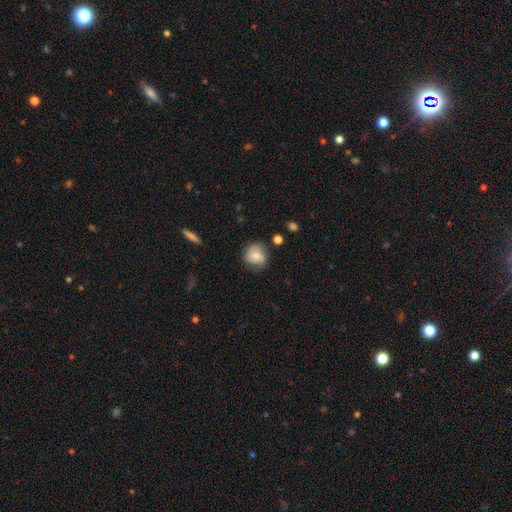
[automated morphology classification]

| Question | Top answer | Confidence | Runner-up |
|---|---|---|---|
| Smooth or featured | smooth | 62% | featured or disk (29%) |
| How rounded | round | 83% | in between (15%) |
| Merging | none | 69% | minor disturbance (22%) |